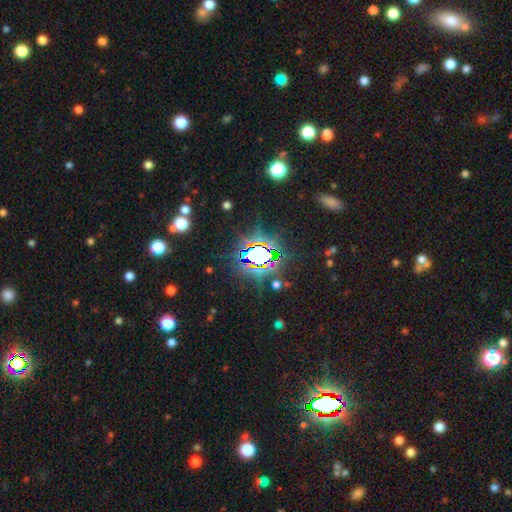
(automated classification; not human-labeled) Smooth or featured? Predicted: star or artifact (p=0.82).